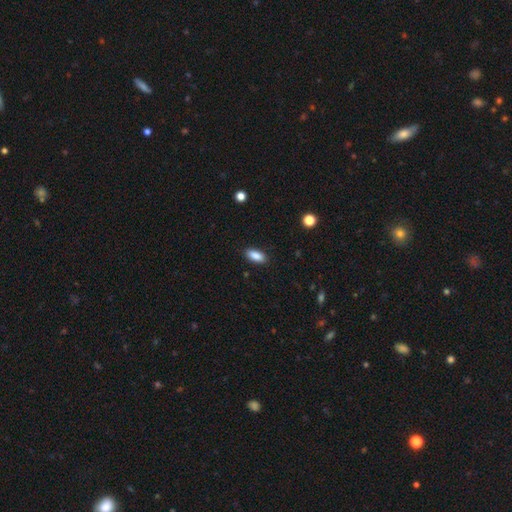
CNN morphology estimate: Smooth or featured? smooth (88%)
How rounded? in between (84%)
Merging? none (89%)